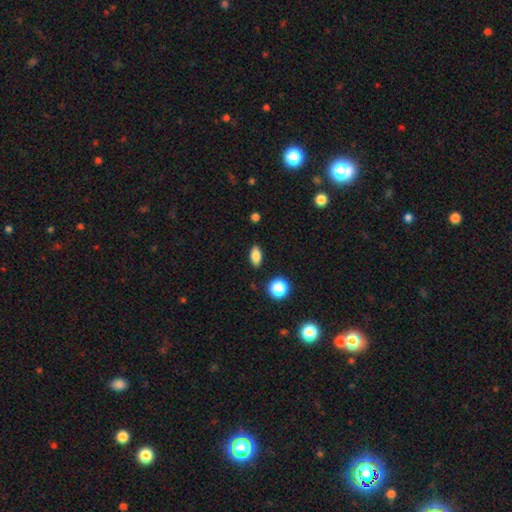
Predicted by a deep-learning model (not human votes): Overall: smooth (84%). How rounded: in between (86%). Merging: none (88%).